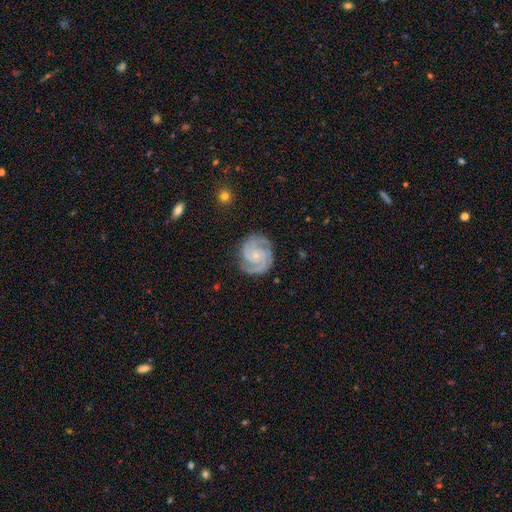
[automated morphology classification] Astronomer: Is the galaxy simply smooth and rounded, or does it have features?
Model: featured or disk — 92%.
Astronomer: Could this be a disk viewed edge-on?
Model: no — 98%.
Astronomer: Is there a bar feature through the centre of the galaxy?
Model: no — 71%.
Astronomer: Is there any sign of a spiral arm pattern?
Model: yes — 99%.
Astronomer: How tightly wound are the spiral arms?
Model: tight — 66%.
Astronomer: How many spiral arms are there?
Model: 3 — 45% (runner-up: 2, 38%).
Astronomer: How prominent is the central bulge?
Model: small — 79%.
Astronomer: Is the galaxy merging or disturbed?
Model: none — 82%.